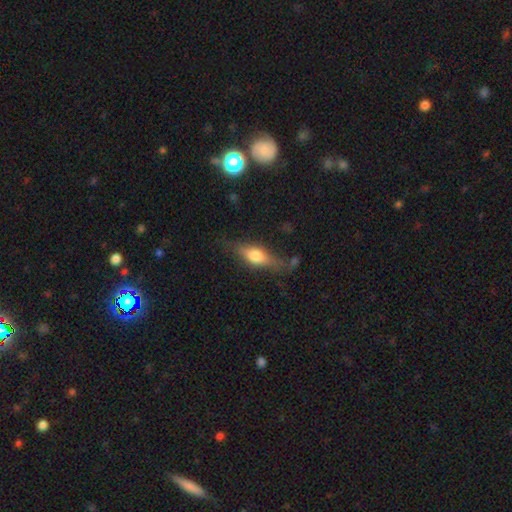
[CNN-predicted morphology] Q: Smooth or featured?
A: smooth (57%); runner-up: featured or disk (36%)
Q: How rounded?
A: in between (56%); runner-up: cigar-shaped (39%)
Q: Merging?
A: none (69%); runner-up: minor disturbance (20%)